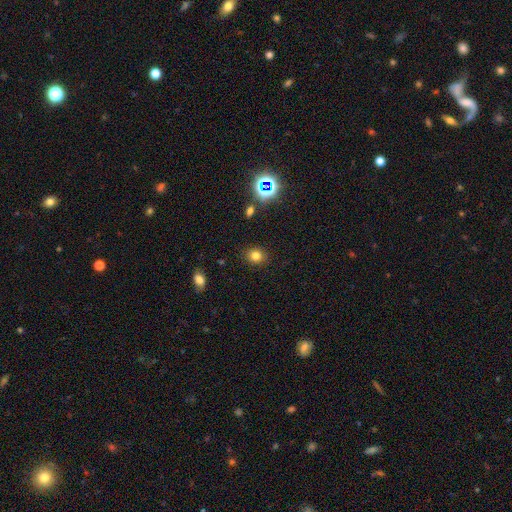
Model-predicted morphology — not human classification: Smooth or featured? smooth (77%)
How rounded? round (73%)
Merging? none (89%)